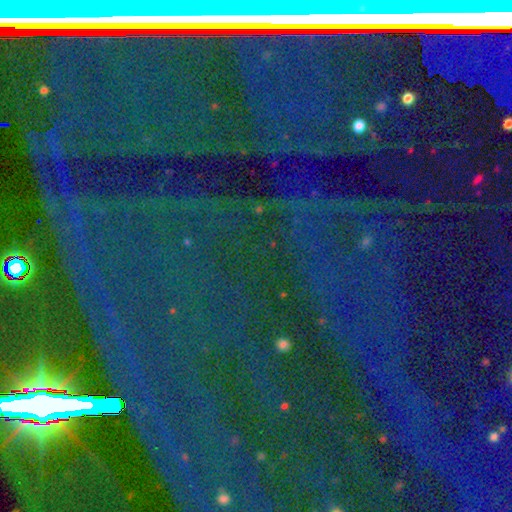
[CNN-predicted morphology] A star or artifact, not a galaxy (85%).